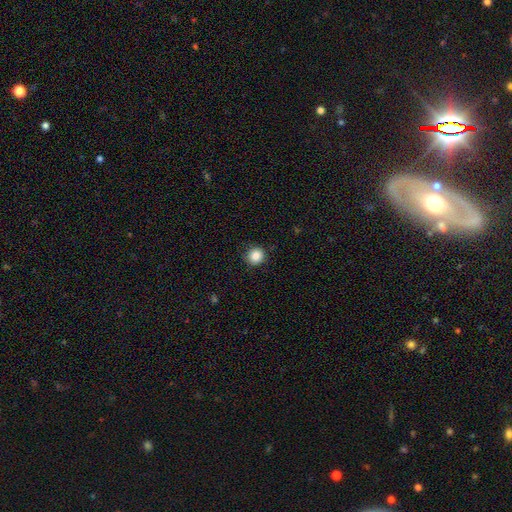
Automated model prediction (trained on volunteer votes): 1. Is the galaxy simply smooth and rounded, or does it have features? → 86% smooth, 10% star or artifact, 4% featured or disk.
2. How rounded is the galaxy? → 91% round, 8% in between, 1% cigar-shaped.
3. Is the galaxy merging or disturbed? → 89% none, 8% minor disturbance, 2% major disturbance, 1% merger.